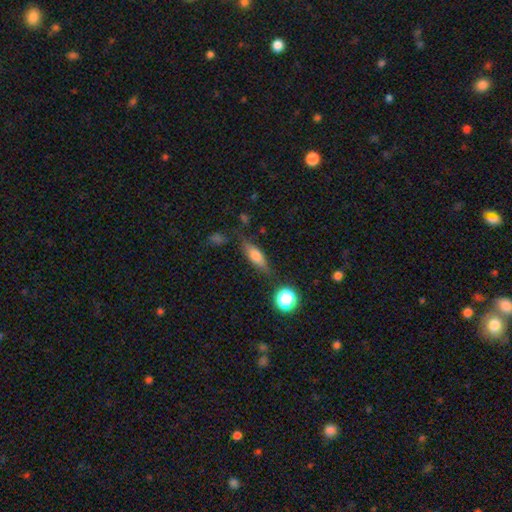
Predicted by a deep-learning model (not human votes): Smooth or featured? smooth (62%)
How rounded? in between (50%)
Merging? none (72%)